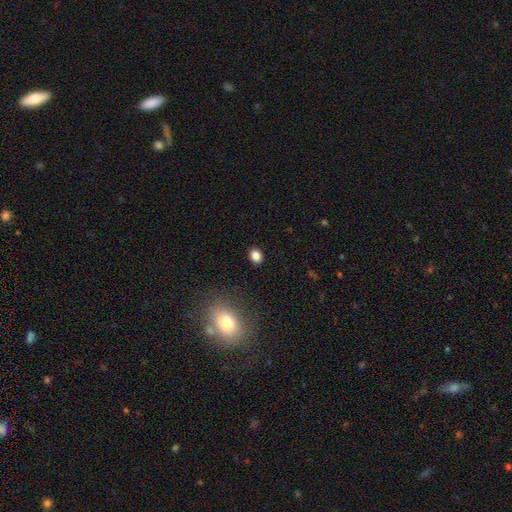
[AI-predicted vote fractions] Smooth or featured? smooth (84%)
How rounded? in between (50%)
Merging? none (89%)